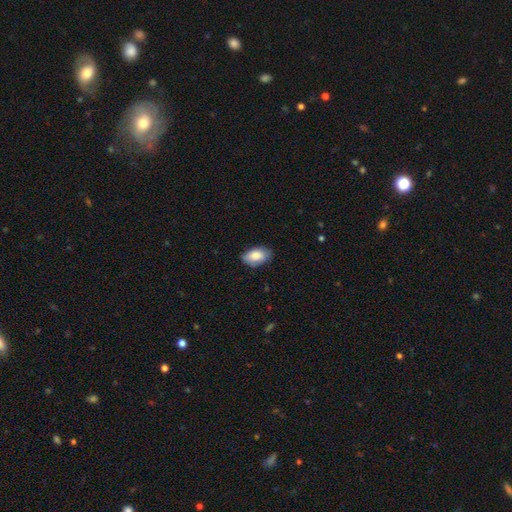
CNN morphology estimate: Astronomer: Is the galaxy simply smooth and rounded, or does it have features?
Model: smooth — 84%.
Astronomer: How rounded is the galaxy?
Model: in between — 93%.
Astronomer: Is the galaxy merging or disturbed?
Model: none — 79%.